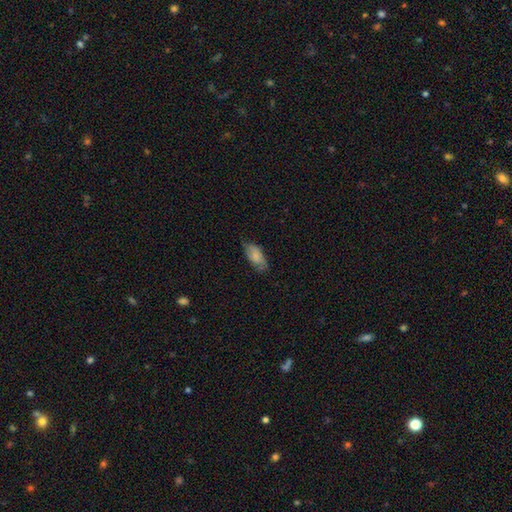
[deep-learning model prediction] smooth_or_featured: smooth (p=0.78) [alt: featured or disk p=0.15]
how_rounded: in between (p=0.90) [alt: cigar-shaped p=0.07]
merging: none (p=0.62) [alt: minor disturbance p=0.29]